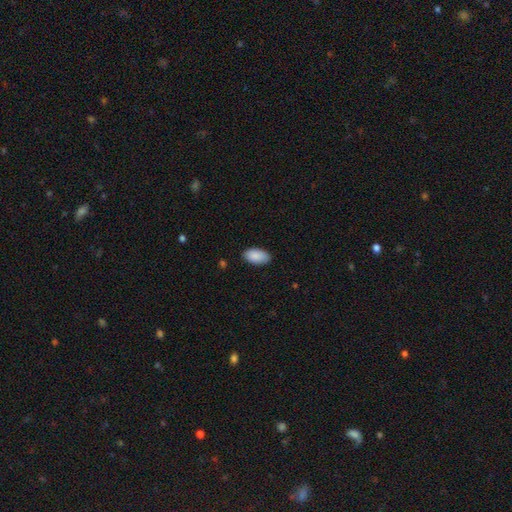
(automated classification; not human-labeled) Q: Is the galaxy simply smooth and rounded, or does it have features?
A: smooth — 90%.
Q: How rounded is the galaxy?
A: in between — 96%.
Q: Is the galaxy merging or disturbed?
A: none — 86%.